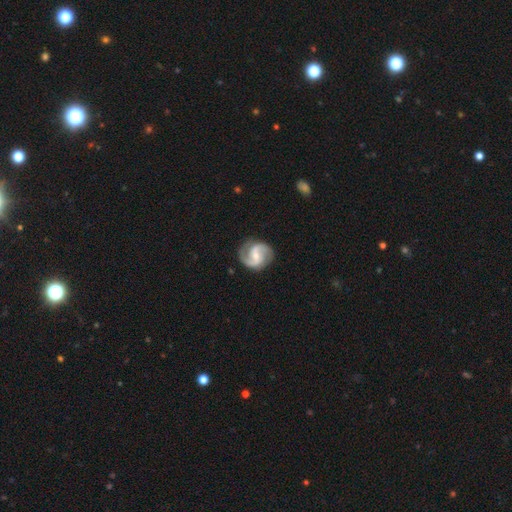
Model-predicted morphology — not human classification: Smooth or featured? featured or disk (89%)
Edge-on disk? no (98%)
Bar? weak (47%)
Spiral arms? yes (97%)
Spiral winding? medium (56%)
Spiral arm count? 2 (93%)
Bulge size? small (53%)
Merging? none (84%)